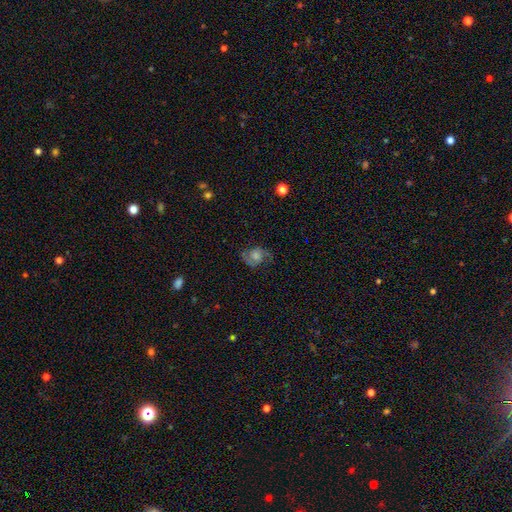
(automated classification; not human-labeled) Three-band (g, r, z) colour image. It shows a featured or disk galaxy (72%) with no bar (64%), 2 (87%) medium (53%) spiral arms (93%) and a moderate central bulge (47%). Merging: none (75%).